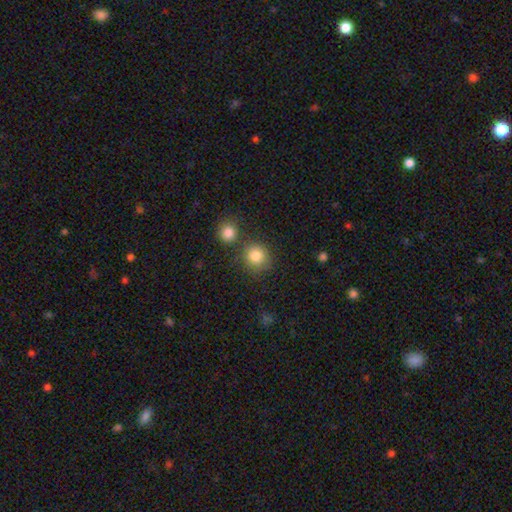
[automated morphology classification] Smooth or featured?
  - smooth: 84% *
  - star or artifact: 10%
  - featured or disk: 6%
How rounded?
  - round: 87% *
  - in between: 12%
  - cigar-shaped: 1%
Merging?
  - none: 72% *
  - merger: 14%
  - minor disturbance: 10%
  - major disturbance: 4%